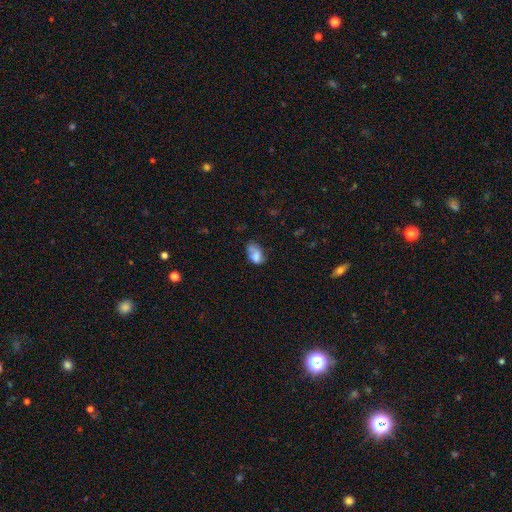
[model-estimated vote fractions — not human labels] Overall: smooth (71%). How rounded: in between (86%). Merging: none (40%; minor disturbance 33%).